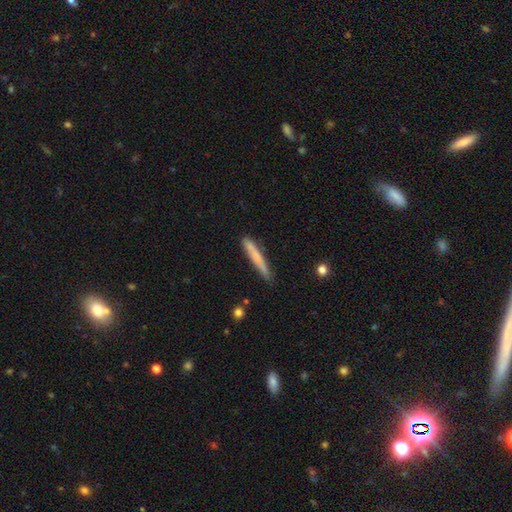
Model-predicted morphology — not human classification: The model was most divided on "smooth or featured": smooth: 69%, featured or disk: 25%, star or artifact: 6%. More confident: how rounded — cigar-shaped (95%); merging — none (78%).